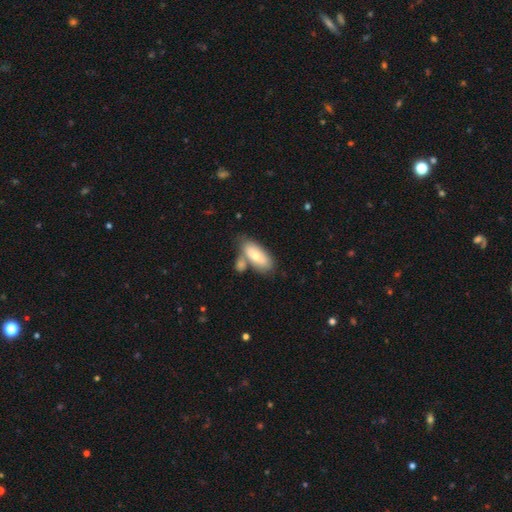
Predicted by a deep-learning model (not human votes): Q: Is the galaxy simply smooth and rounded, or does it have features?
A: smooth — 65%.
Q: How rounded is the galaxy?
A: in between — 85%.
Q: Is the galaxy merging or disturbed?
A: none — 48%.